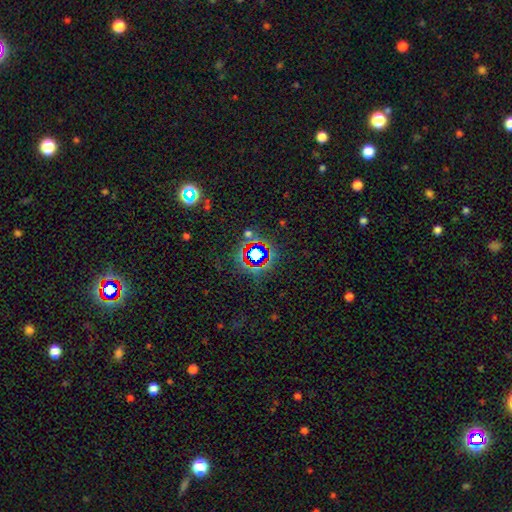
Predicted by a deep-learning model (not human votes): Smooth or featured? star or artifact (72%)